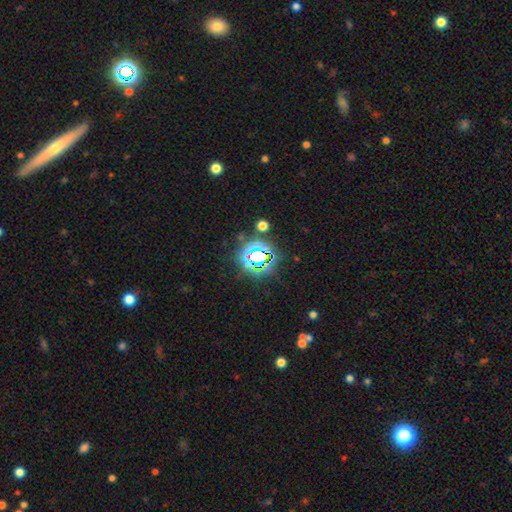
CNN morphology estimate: smooth_or_featured: star or artifact (p=0.67) [alt: smooth p=0.22]